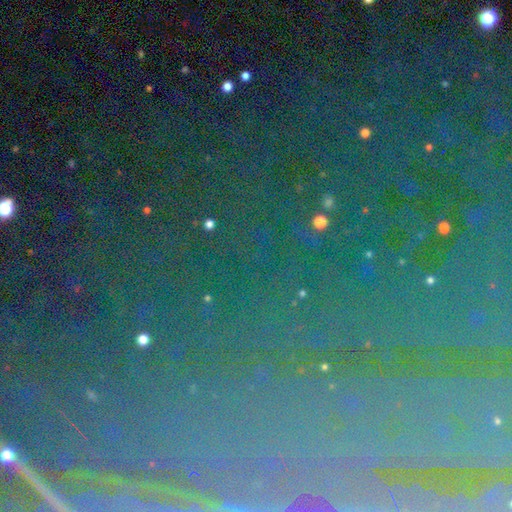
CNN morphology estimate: type=star or artifact (75%).